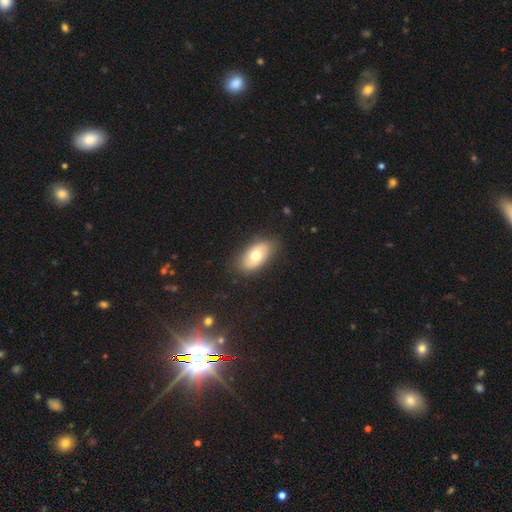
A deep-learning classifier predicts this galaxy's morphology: smooth_or_featured: smooth (p=0.67) [alt: featured or disk p=0.26]
how_rounded: in between (p=0.93) [alt: round p=0.04]
merging: none (p=0.82) [alt: minor disturbance p=0.13]